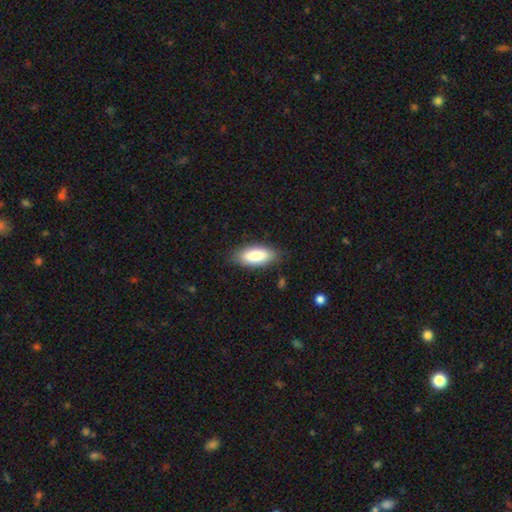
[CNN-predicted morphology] A smooth galaxy with no disk features (83%) that is in between round and cigar-shaped (83%). Merging: none (82%).